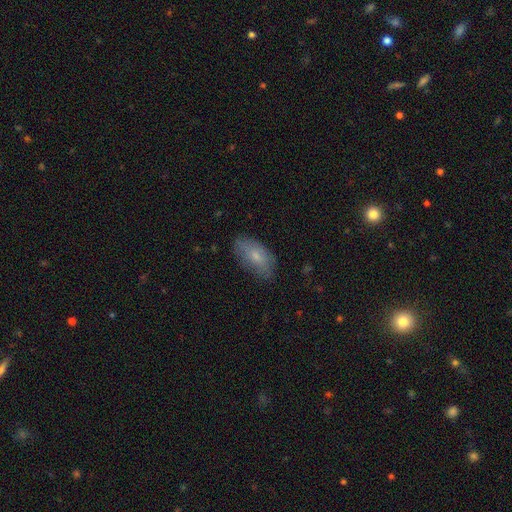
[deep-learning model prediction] A smooth galaxy with no disk features (73%) that is in between round and cigar-shaped (91%).

Vote fractions:
- Smooth or featured? smooth: 73% / featured or disk: 20% / star or artifact: 7%
- How rounded? in between: 91% / cigar-shaped: 5% / round: 3%
- Merging? none: 73% / minor disturbance: 21% / major disturbance: 5% / merger: 1%